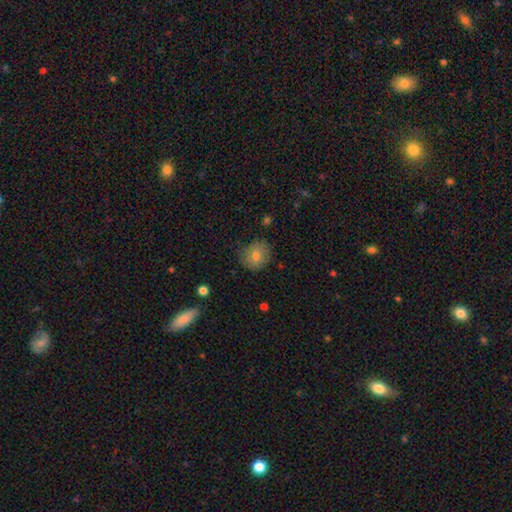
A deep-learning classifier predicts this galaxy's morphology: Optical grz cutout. It shows a smooth galaxy with no disk features (74%) that is round (79%). Merging: none (77%).